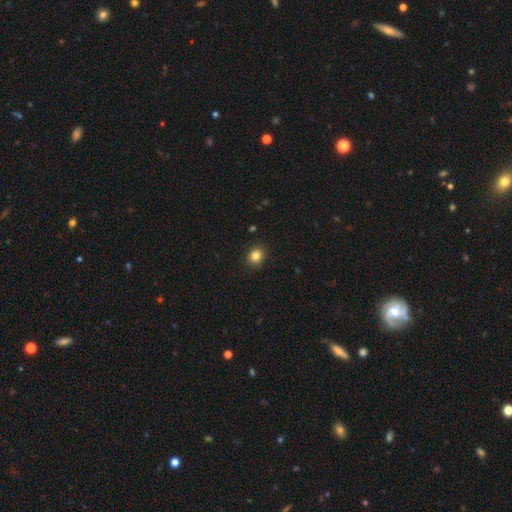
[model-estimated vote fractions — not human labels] The model was most divided on "how rounded": round: 71%, in between: 28%, cigar-shaped: 1%. More confident: merging — none (90%); smooth or featured — smooth (83%).